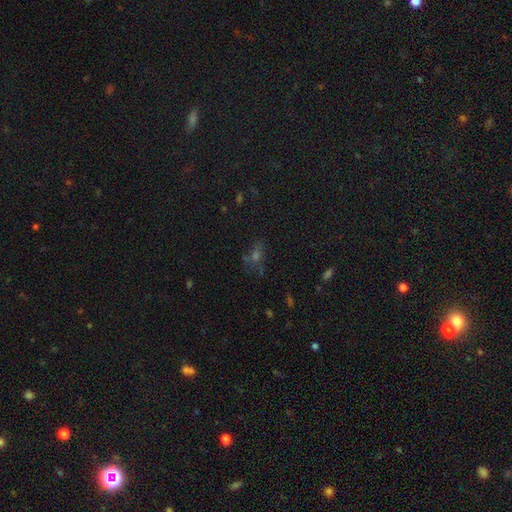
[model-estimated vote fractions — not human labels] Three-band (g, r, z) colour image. It shows a star or artifact, not a galaxy (46%).